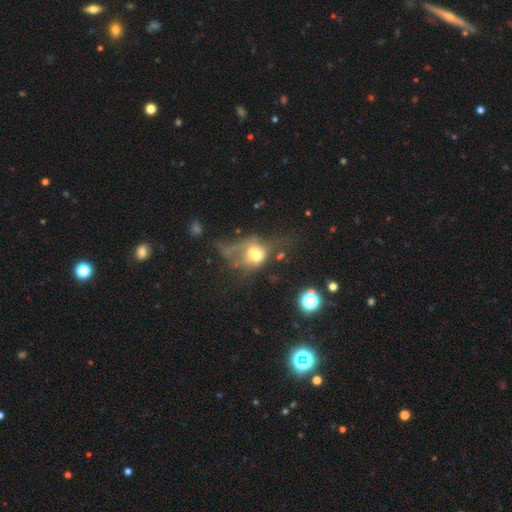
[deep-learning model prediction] Overall: smooth (44%; featured or disk 41%). Merging: major disturbance (49%; none 19%).